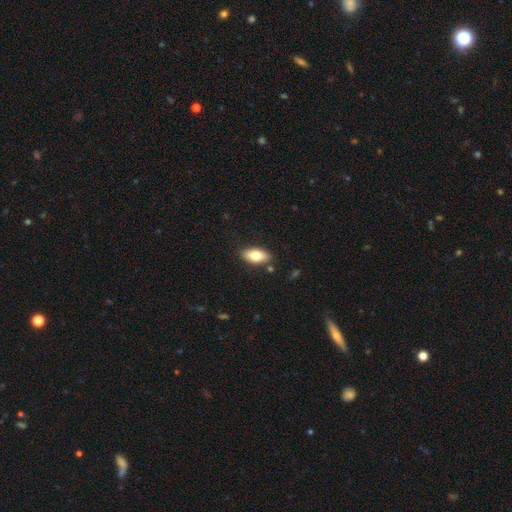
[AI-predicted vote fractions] Overall: smooth (74%). How rounded: in between (89%). Merging: none (85%).